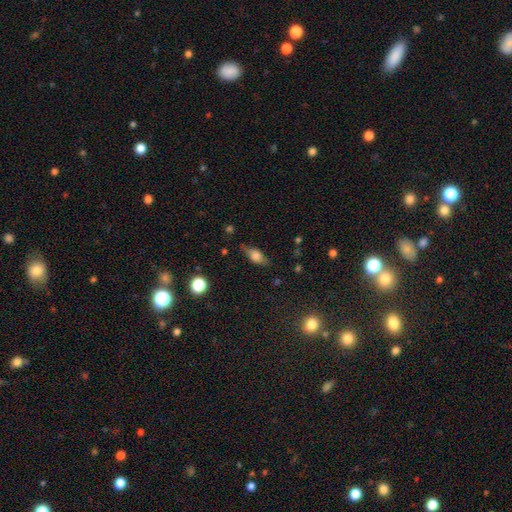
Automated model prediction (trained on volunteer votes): Smooth or featured? Predicted: smooth (p=0.59). How rounded? Predicted: in between (p=0.73). Merging? Predicted: none (p=0.71).